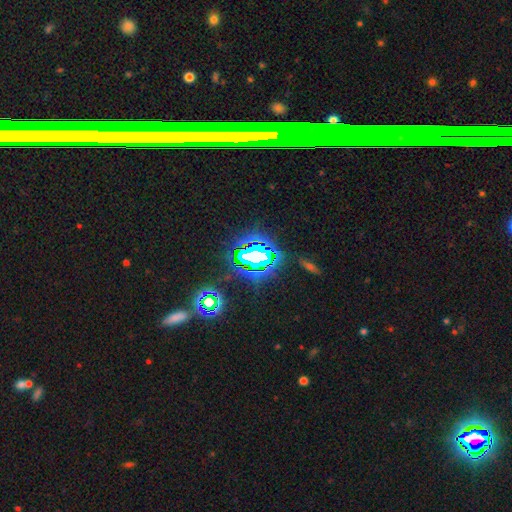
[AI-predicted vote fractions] Morphology: type=star or artifact (70%).